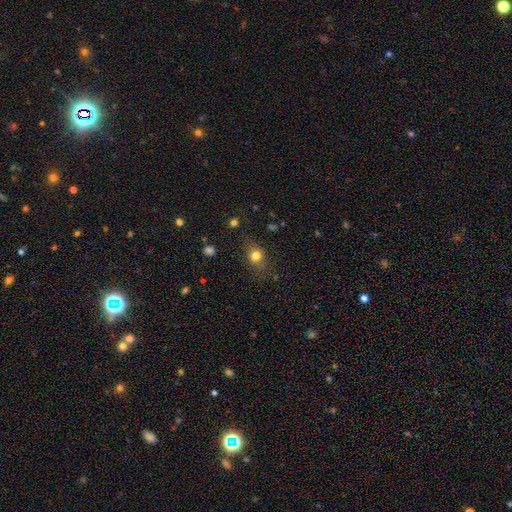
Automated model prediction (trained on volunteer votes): Smooth or featured? Predicted: smooth (p=0.76). How rounded? Predicted: round (p=0.54). Merging? Predicted: none (p=0.76).